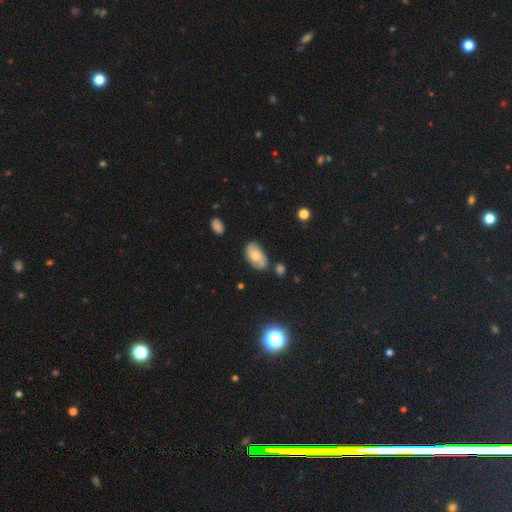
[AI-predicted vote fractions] Q: Smooth or featured?
A: smooth (53%); runner-up: featured or disk (39%)
Q: How rounded?
A: in between (92%); runner-up: round (6%)
Q: Merging?
A: none (70%); runner-up: minor disturbance (21%)